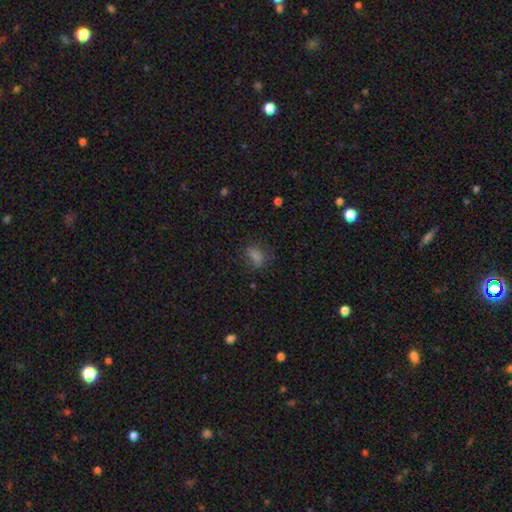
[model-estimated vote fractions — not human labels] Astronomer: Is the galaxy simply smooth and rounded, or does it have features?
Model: smooth — 69%.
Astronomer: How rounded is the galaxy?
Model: in between — 71%.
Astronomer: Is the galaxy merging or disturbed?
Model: none — 72%.